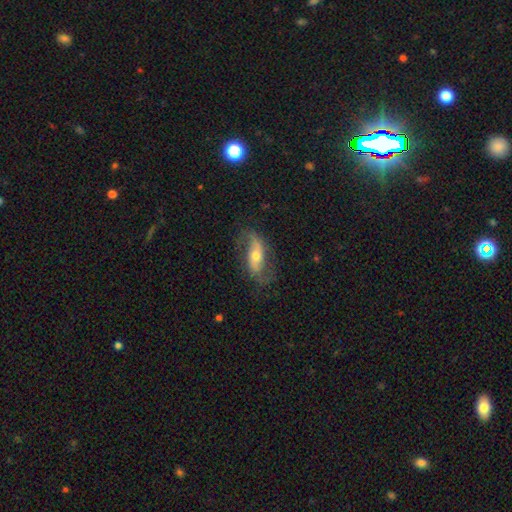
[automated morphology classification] A featured or disk galaxy (71%) with no bar (40%), 2 (86%) loose (58%) spiral arms (88%) and a moderate central bulge (62%). Merging: none (69%).